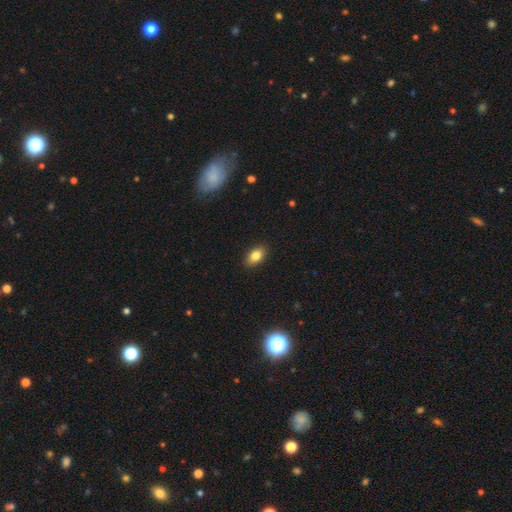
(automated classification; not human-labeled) Morphology: type=smooth (82%); roundness=in between (88%); merging=none (88%).